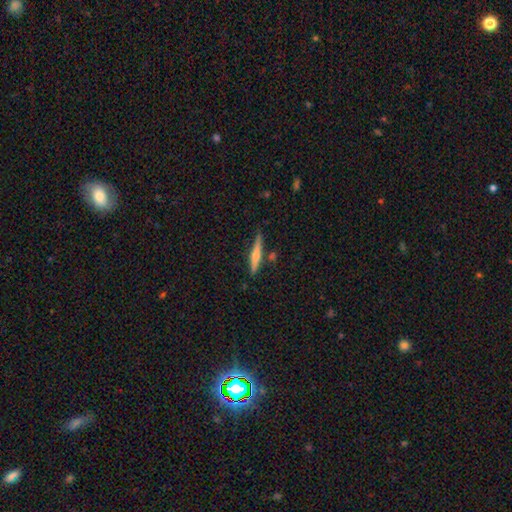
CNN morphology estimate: This appears to be a featured or disk galaxy (58%) viewed edge-on (97%) with a rounded central bulge (83%). Merging: none (84%).